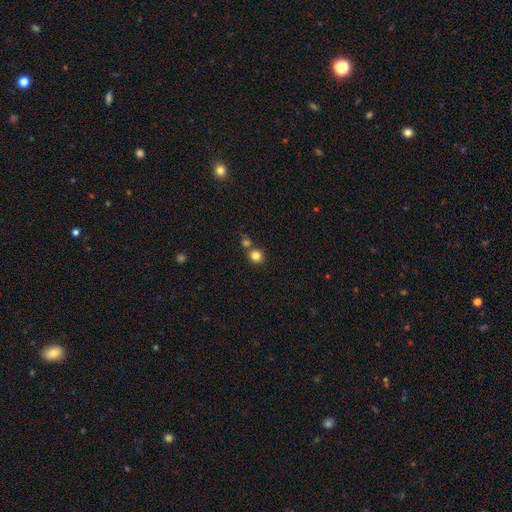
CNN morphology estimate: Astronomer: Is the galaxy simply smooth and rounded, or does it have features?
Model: smooth — 82%.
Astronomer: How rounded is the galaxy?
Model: round — 87%.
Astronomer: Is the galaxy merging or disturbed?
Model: none — 68%.